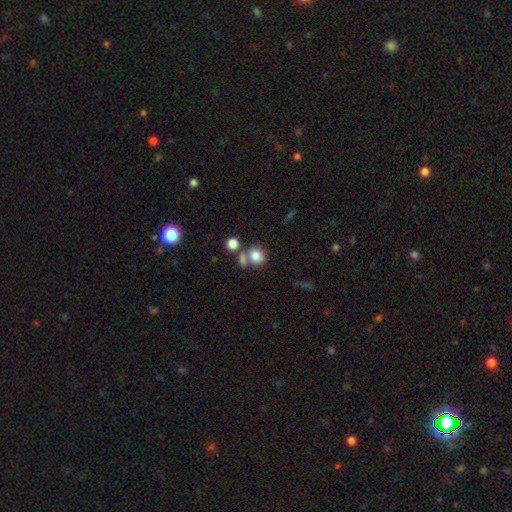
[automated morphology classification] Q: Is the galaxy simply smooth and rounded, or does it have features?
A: smooth — 81%.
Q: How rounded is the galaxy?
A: round — 82%.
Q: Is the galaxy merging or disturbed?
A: none — 54%.